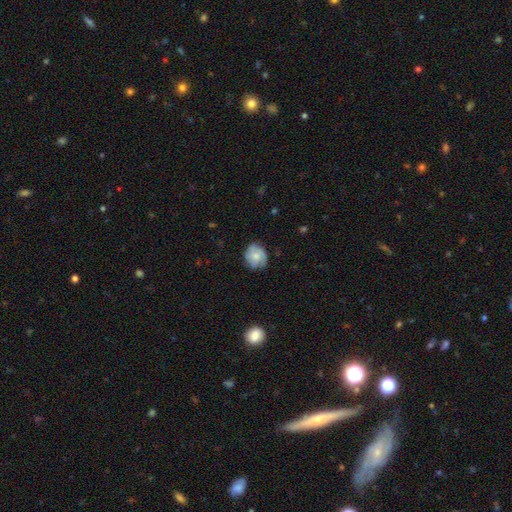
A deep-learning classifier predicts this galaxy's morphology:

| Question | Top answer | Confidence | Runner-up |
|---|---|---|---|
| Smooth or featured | smooth | 48% | featured or disk (45%) |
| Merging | none | 70% | minor disturbance (22%) |